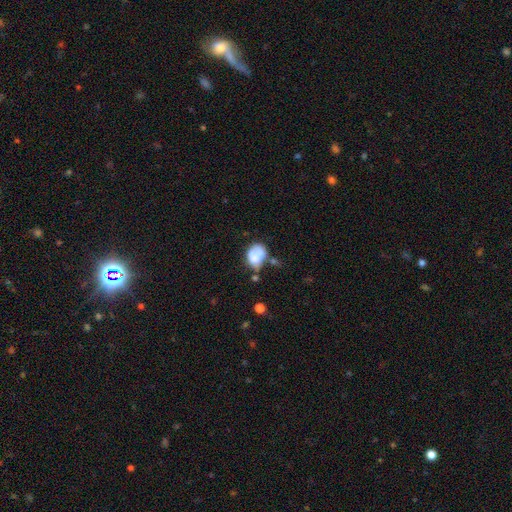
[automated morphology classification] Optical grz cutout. It shows a smooth galaxy with no disk features (62%) that is in between round and cigar-shaped (71%). Merging: merger (36%).